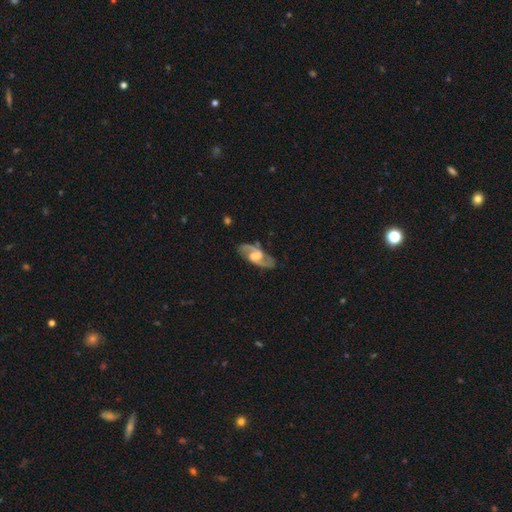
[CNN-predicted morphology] smooth_or_featured: featured or disk (p=0.83) [alt: smooth p=0.12]
disk_edge_on: no (p=0.94) [alt: yes p=0.06]
bar: weak (p=0.51) [alt: no p=0.27]
has_spiral_arms: yes (p=0.94) [alt: no p=0.06]
spiral_winding: medium (p=0.55) [alt: loose p=0.27]
spiral_arm_count: 2 (p=0.91) [alt: can't tell p=0.04]
bulge_size: moderate (p=0.35) [alt: large p=0.25]
merging: none (p=0.81) [alt: minor disturbance p=0.13]